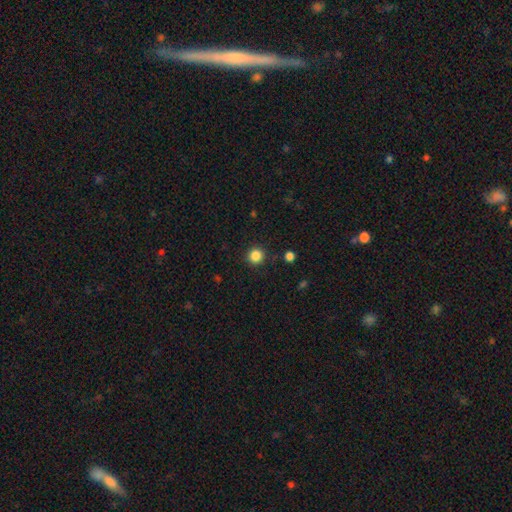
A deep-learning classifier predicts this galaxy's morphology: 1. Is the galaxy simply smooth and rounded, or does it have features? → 85% smooth, 12% star or artifact, 3% featured or disk.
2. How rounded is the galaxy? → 93% round, 6% in between, 1% cigar-shaped.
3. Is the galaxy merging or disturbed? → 90% none, 6% minor disturbance, 2% major disturbance, 2% merger.